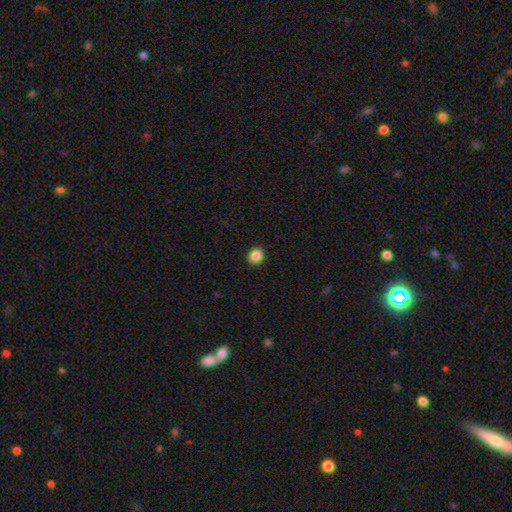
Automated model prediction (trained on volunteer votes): smooth_or_featured: smooth (p=0.87) [alt: star or artifact p=0.10]
how_rounded: round (p=0.79) [alt: in between p=0.20]
merging: none (p=0.92) [alt: minor disturbance p=0.05]